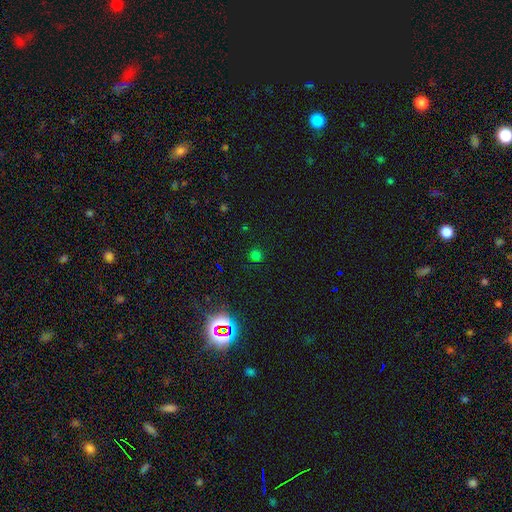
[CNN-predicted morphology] Smooth or featured: smooth — 61% (star or artifact — 34%)
How rounded: round — 85% (in between — 14%)
Merging: none — 85% (minor disturbance — 9%)